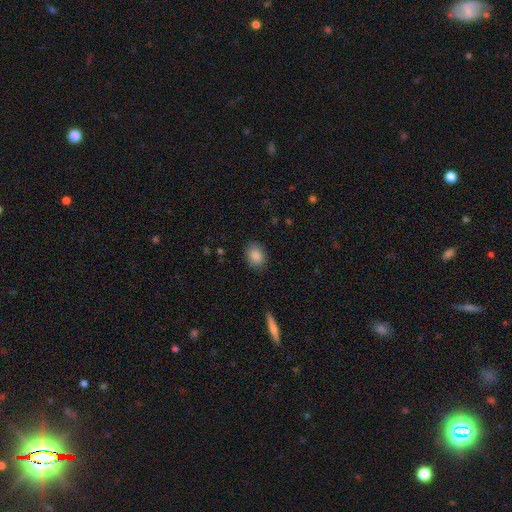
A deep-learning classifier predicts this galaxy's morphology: A smooth galaxy with no disk features (87%) that is in between round and cigar-shaped (65%).

Vote fractions:
- Smooth or featured? smooth: 87% / star or artifact: 8% / featured or disk: 4%
- How rounded? in between: 65% / round: 34% / cigar-shaped: 1%
- Merging? none: 86% / minor disturbance: 11% / major disturbance: 3% / merger: 1%